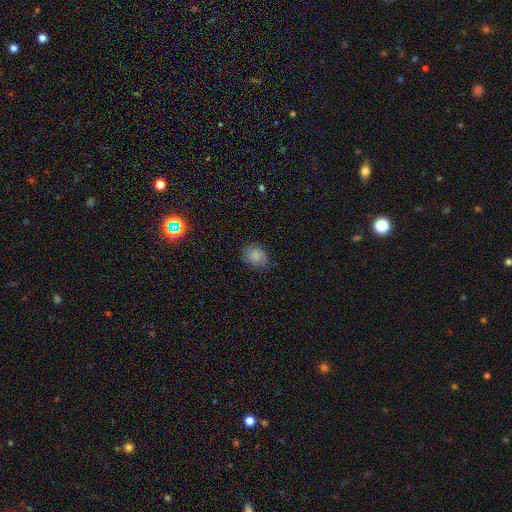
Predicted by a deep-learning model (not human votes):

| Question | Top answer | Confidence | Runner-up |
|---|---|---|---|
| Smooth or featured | smooth | 83% | star or artifact (10%) |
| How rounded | round | 56% | in between (43%) |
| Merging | none | 77% | minor disturbance (17%) |